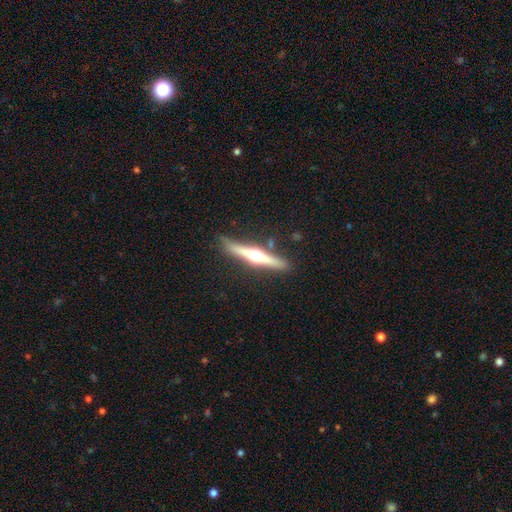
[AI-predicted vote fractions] The model was most divided on "smooth or featured": featured or disk: 72%, smooth: 23%, star or artifact: 5%. More confident: edge-on disk — yes (98%); edge-on bulge — rounded (94%); merging — none (83%).